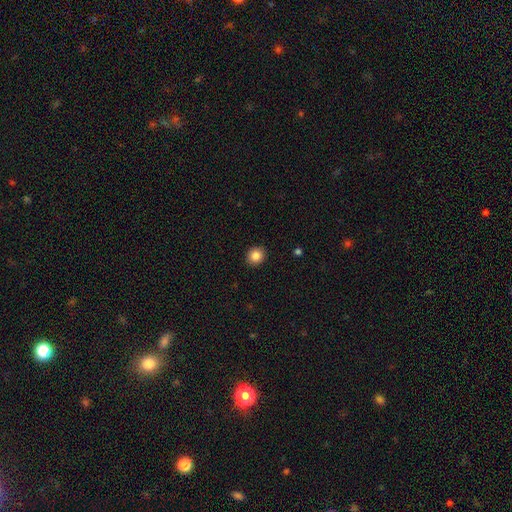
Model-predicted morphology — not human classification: A smooth galaxy with no disk features (86%) that is round (83%).

Vote fractions:
- Smooth or featured? smooth: 86% / star or artifact: 10% / featured or disk: 5%
- How rounded? round: 83% / in between: 16% / cigar-shaped: 1%
- Merging? none: 92% / minor disturbance: 6% / major disturbance: 2% / merger: 1%